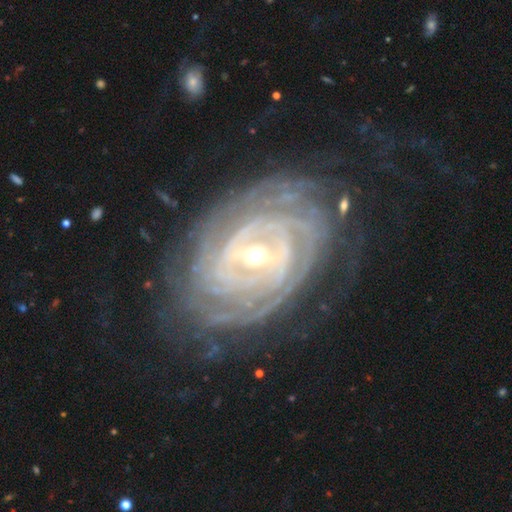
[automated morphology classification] The model was most divided on "bar": strong: 43%, weak: 40%, no: 17%. Remaining: spiral arms — yes (97%); edge-on disk — no (96%); smooth or featured — featured or disk (91%); spiral winding — tight (85%); merging — none (76%); bulge size — small (55%); spiral arm count — can't tell (30%).